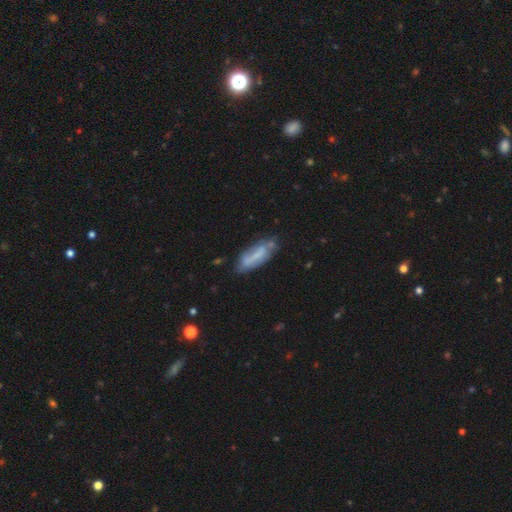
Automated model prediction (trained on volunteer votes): smooth 50%, featured or disk 41%, star or artifact 8%. Down the decision tree: how rounded — in between (53%); merging — none (59%).